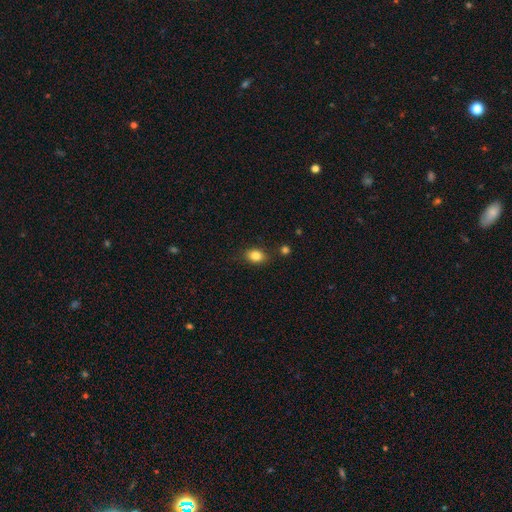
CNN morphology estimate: The model was most divided on "how rounded": in between: 68%, round: 30%, cigar-shaped: 1%. More confident: smooth or featured — smooth (83%); merging — none (81%).